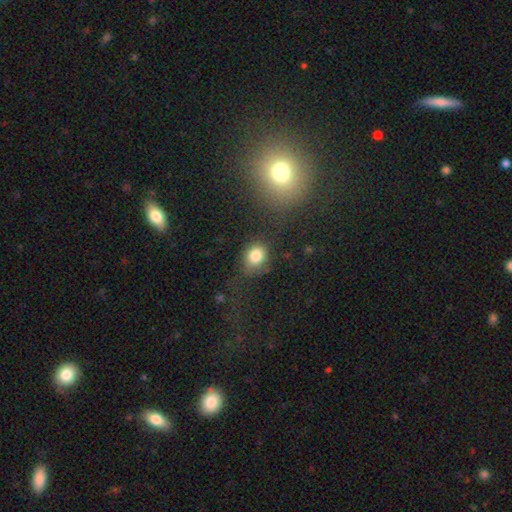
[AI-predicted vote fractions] This appears to be a smooth galaxy with no disk features (83%) that is round (58%). Merging: none (65%).